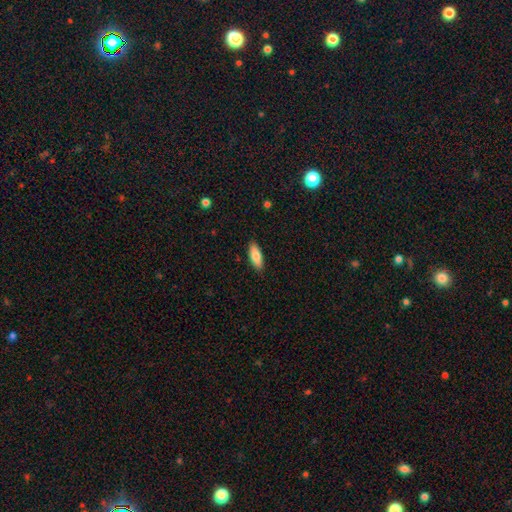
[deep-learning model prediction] smooth-or-featured: smooth: 81% | featured or disk: 13% | star or artifact: 6%
  how-rounded: in between: 70% | cigar-shaped: 28% | round: 2%
  merging: none: 88% | minor disturbance: 9% | major disturbance: 2% | merger: 1%